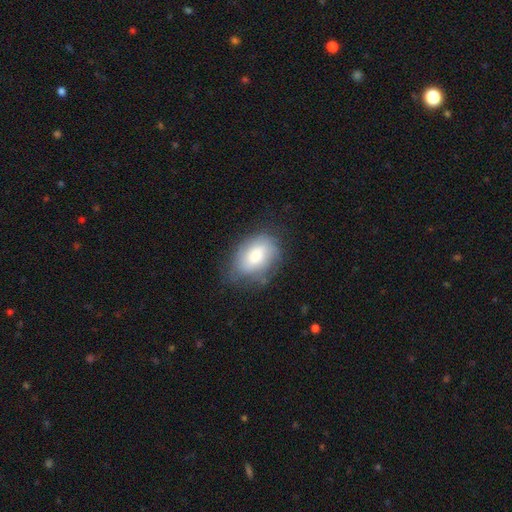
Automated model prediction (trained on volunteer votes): smooth-or-featured: smooth: 72% | featured or disk: 21% | star or artifact: 7%
  how-rounded: in between: 84% | round: 15% | cigar-shaped: 1%
  merging: none: 56% | minor disturbance: 30% | major disturbance: 12% | merger: 2%